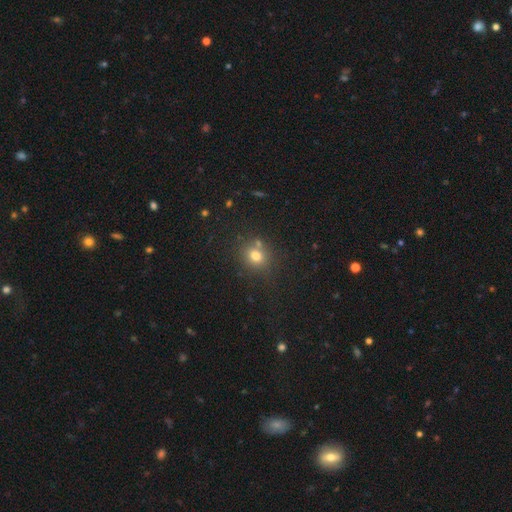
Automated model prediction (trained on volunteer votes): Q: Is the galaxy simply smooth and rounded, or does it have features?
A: smooth — 75%.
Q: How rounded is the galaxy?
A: round — 71%.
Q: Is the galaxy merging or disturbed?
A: none — 72%.